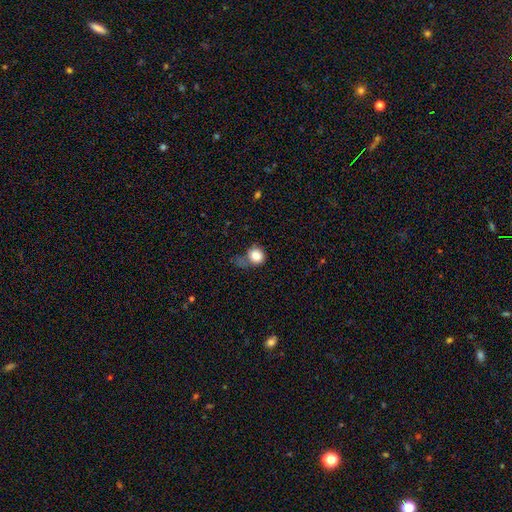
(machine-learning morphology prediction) smooth 82%, star or artifact 9%, featured or disk 8%. Down the decision tree: how rounded — round (77%); merging — none (38%).